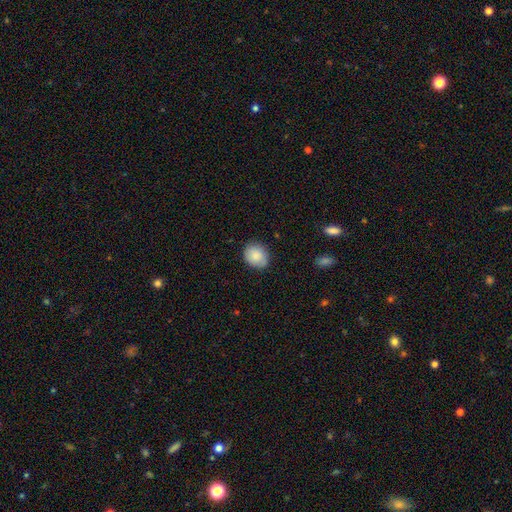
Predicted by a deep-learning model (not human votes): Overall: smooth (85%). How rounded: round (63%; in between 36%). Merging: none (80%).